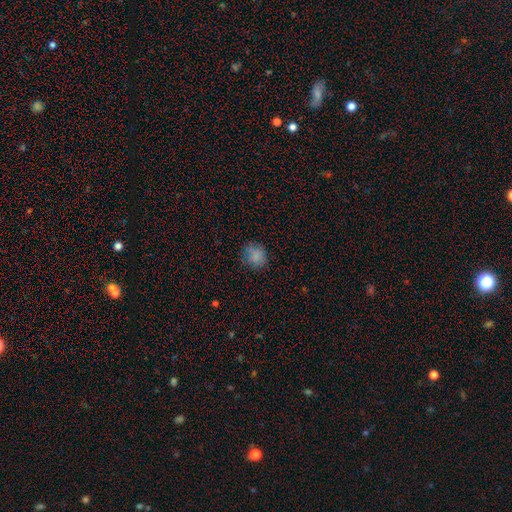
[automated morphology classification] This appears to be a smooth galaxy with no disk features (82%) that is round (80%). Merging: none (79%).